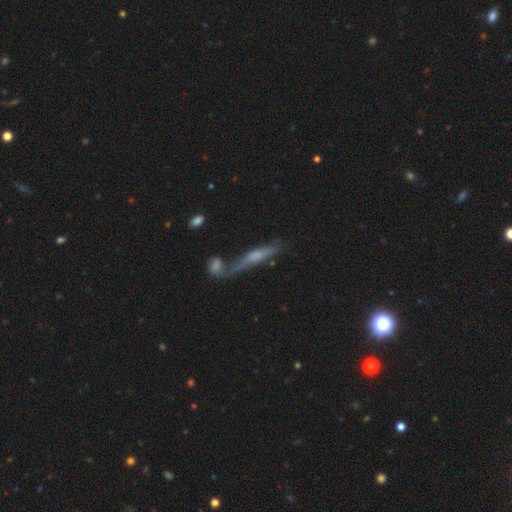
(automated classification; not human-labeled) Smooth or featured?
  - featured or disk: 56% *
  - smooth: 32%
  - star or artifact: 12%
Edge-on disk?
  - yes: 78% *
  - no: 22%
Merging?
  - none: 42% *
  - merger: 34%
  - minor disturbance: 14%
  - major disturbance: 10%